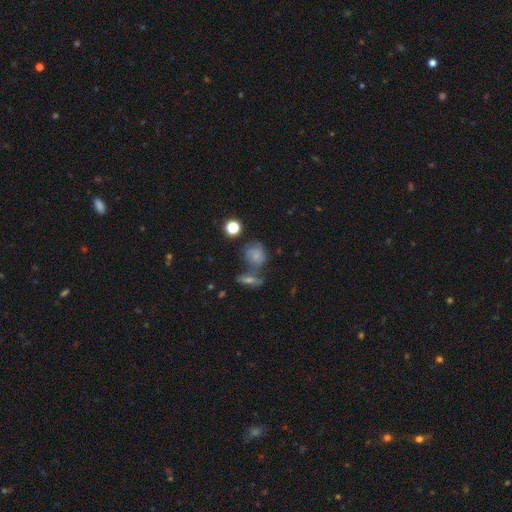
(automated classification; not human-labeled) Overall: smooth (60%; featured or disk 24%). How rounded: round (63%; in between 35%). Merging: none (45%; merger 26%).